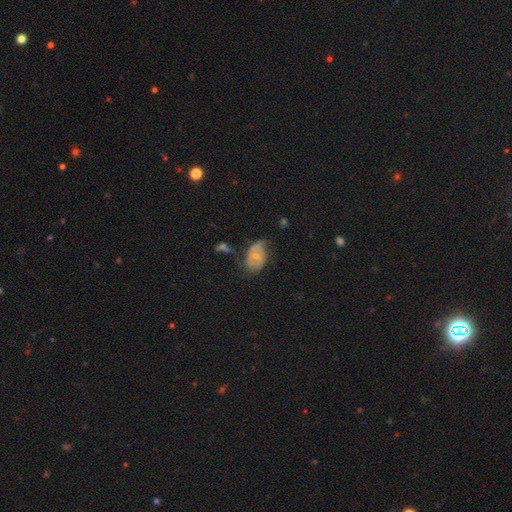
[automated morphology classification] Smooth or featured? Predicted: featured or disk (p=0.53). Edge-on disk? Predicted: no (p=0.96). Bar? Predicted: no (p=0.63). Spiral arms? Predicted: yes (p=0.61). Bulge size? Predicted: small (p=0.52). Merging? Predicted: none (p=0.41).